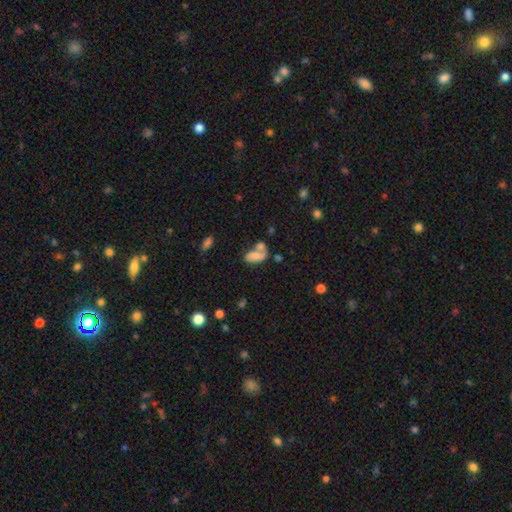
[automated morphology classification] This appears to be a smooth galaxy with no disk features (59%) that is in between round and cigar-shaped (89%). Merging: merger (47%).